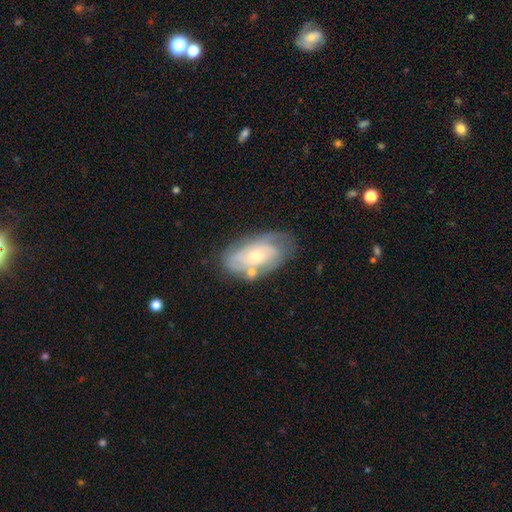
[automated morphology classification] Smooth or featured: featured or disk — 66% (smooth — 28%)
Edge-on disk: no — 93% (yes — 7%)
Bar: no — 75% (weak — 21%)
Spiral arms: yes — 76% (no — 24%)
Bulge size: small — 51% (moderate — 45%)
Merging: none — 60% (minor disturbance — 23%)